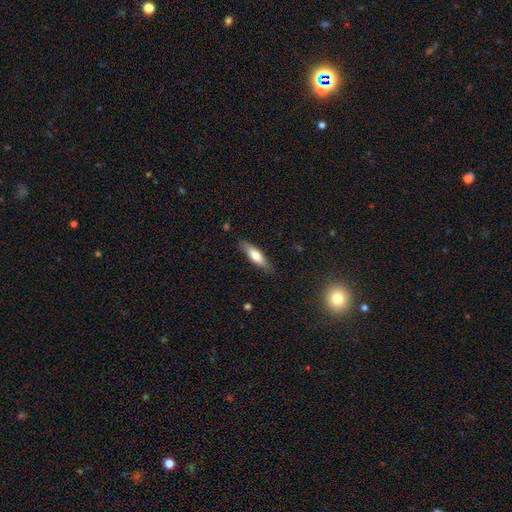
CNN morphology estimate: smooth 69%, featured or disk 24%, star or artifact 6%. Down the decision tree: how rounded — cigar-shaped (58%); merging — none (83%).